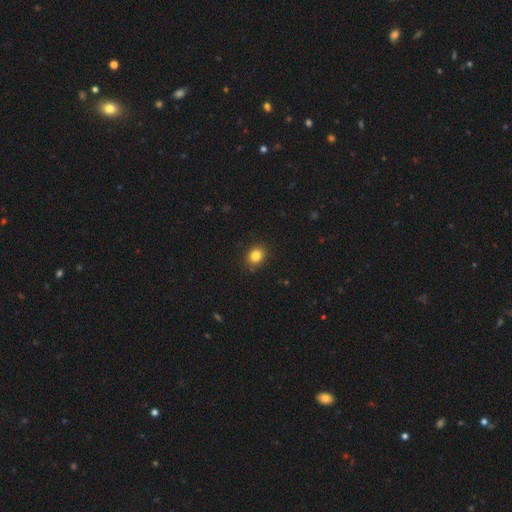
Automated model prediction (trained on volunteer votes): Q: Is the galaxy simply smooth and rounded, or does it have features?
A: smooth — 83%.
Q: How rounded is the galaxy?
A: round — 52%.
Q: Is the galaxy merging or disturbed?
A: none — 87%.